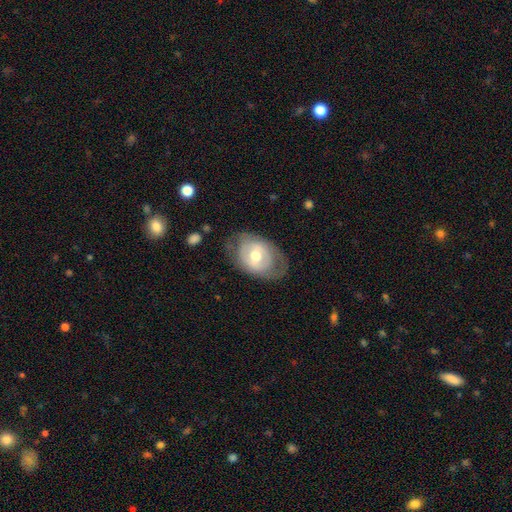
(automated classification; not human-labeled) Smooth or featured?
  - featured or disk: 54% *
  - smooth: 40%
  - star or artifact: 6%
Edge-on disk?
  - no: 93% *
  - yes: 7%
Merging?
  - none: 66% *
  - minor disturbance: 21%
  - major disturbance: 11%
  - merger: 1%